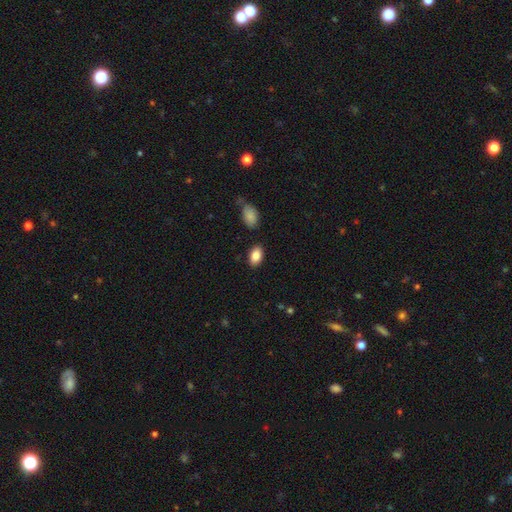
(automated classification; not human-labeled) Overall: smooth (85%). How rounded: in between (92%). Merging: none (86%).